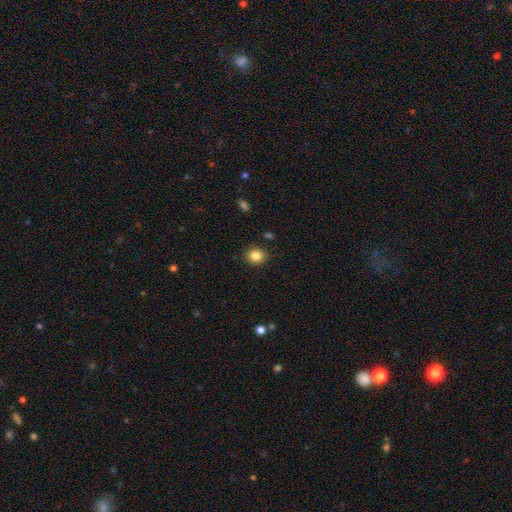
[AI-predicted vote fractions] Smooth or featured? smooth (85%)
How rounded? round (69%)
Merging? none (88%)